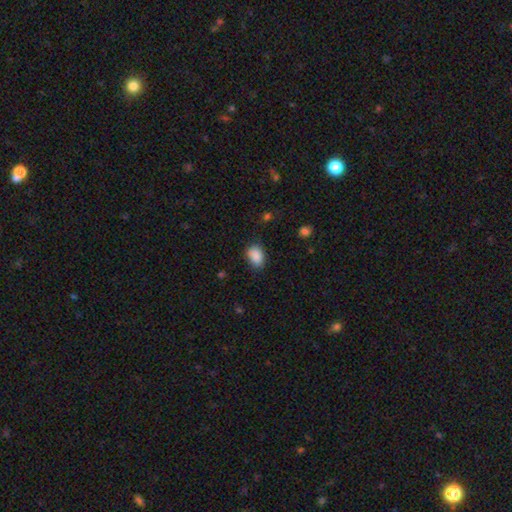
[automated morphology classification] Overall: smooth (88%). How rounded: in between (80%). Merging: none (75%).